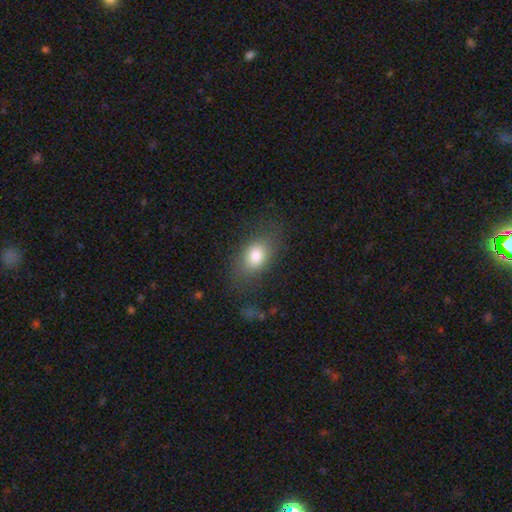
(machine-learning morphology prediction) Smooth or featured?
  - smooth: 79% *
  - featured or disk: 12%
  - star or artifact: 9%
How rounded?
  - in between: 80% *
  - round: 17%
  - cigar-shaped: 3%
Merging?
  - none: 71% *
  - minor disturbance: 17%
  - major disturbance: 10%
  - merger: 2%